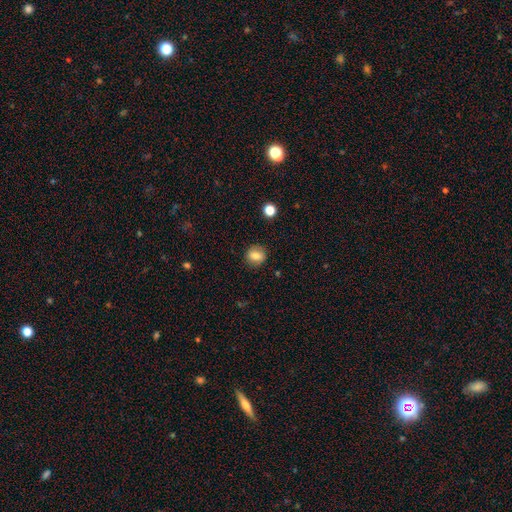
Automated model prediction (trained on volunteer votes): Morphology: type=smooth (80%); roundness=round (76%); merging=none (86%).